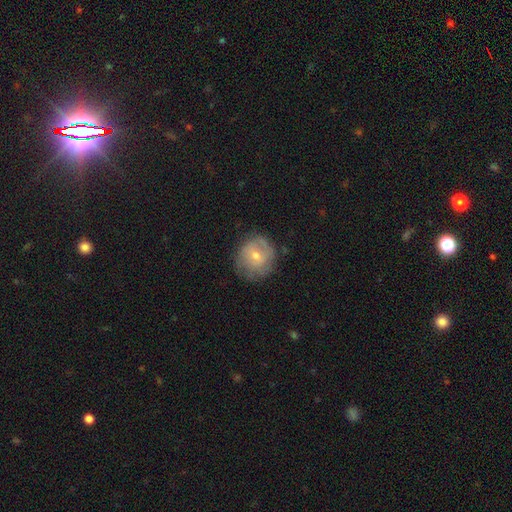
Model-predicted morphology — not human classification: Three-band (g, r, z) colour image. It shows a featured or disk galaxy (49%). Merging: none (72%).